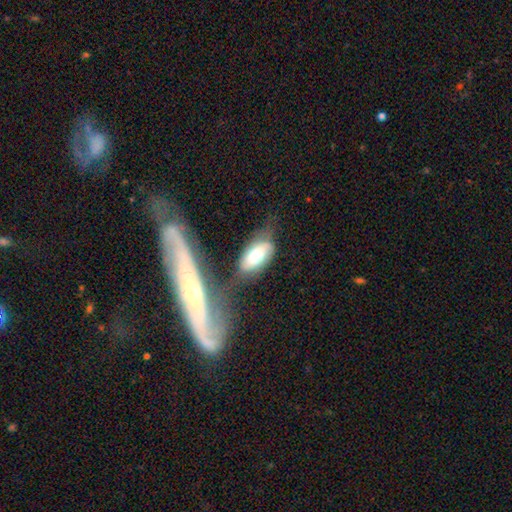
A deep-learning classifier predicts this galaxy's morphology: smooth_or_featured: smooth (p=0.63) [alt: featured or disk p=0.30]
how_rounded: in between (p=0.88) [alt: cigar-shaped p=0.09]
merging: none (p=0.52) [alt: minor disturbance p=0.25]